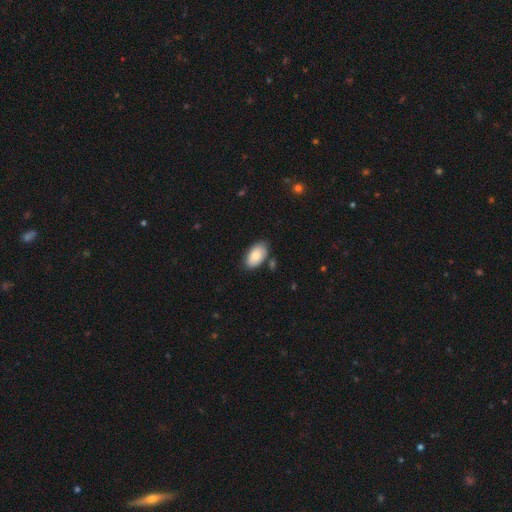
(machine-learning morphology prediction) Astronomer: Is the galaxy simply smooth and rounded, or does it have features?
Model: smooth — 84%.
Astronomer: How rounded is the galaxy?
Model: in between — 95%.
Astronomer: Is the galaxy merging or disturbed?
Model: none — 77%.